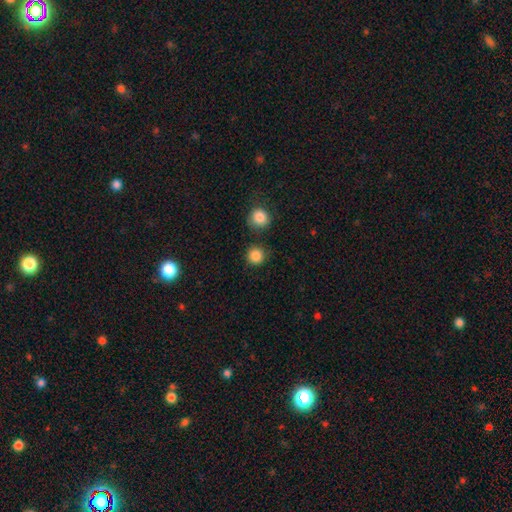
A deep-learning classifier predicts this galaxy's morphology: smooth_or_featured: smooth (p=0.86) [alt: star or artifact p=0.10]
how_rounded: round (p=0.94) [alt: in between p=0.05]
merging: none (p=0.85) [alt: minor disturbance p=0.07]